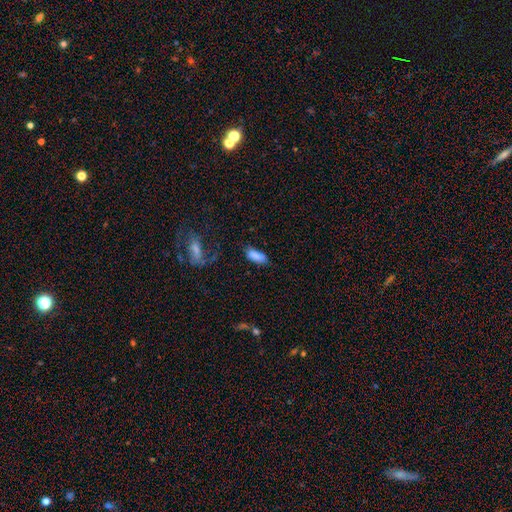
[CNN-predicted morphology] smooth 85%, star or artifact 8%, featured or disk 7%. Down the decision tree: how rounded — in between (78%); merging — none (63%).